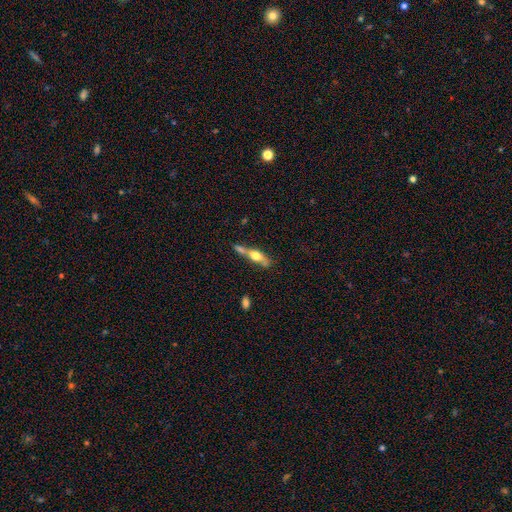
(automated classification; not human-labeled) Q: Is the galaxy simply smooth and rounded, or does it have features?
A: featured or disk — 48%.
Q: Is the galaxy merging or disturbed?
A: none — 43%.